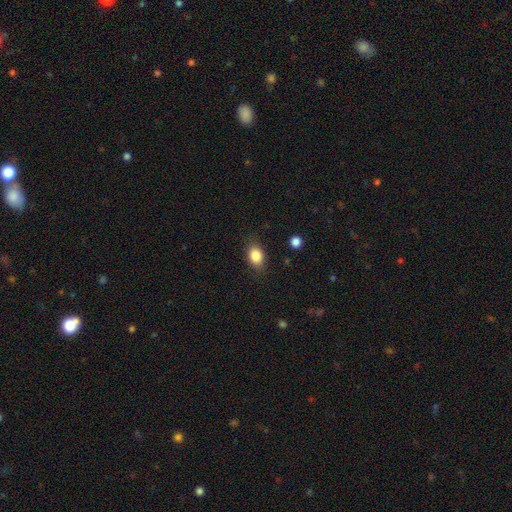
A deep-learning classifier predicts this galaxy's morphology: Smooth or featured?
  - smooth: 85% *
  - star or artifact: 9%
  - featured or disk: 6%
How rounded?
  - in between: 75% *
  - round: 23%
  - cigar-shaped: 2%
Merging?
  - none: 83% *
  - minor disturbance: 12%
  - major disturbance: 3%
  - merger: 1%